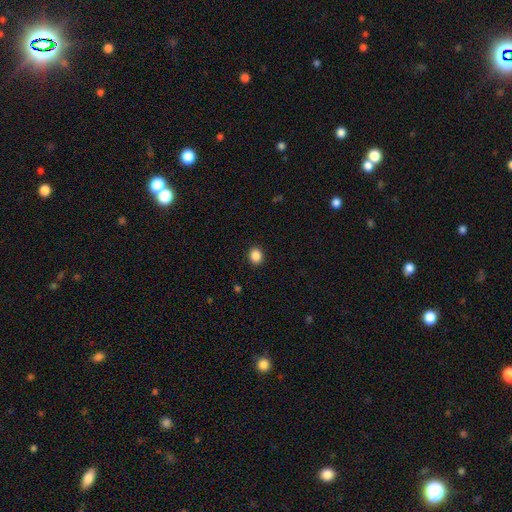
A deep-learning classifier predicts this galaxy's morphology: type=smooth (88%); roundness=round (64%); merging=none (91%).